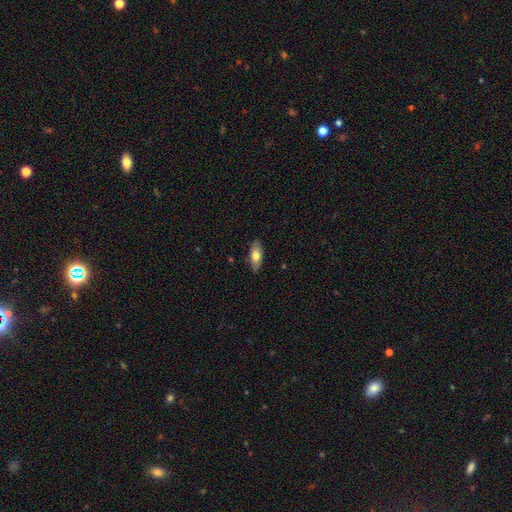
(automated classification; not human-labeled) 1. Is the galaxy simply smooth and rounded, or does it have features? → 67% smooth, 26% featured or disk, 6% star or artifact.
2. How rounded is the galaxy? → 77% in between, 20% cigar-shaped, 3% round.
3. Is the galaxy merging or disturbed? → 84% none, 12% minor disturbance, 2% major disturbance, 1% merger.